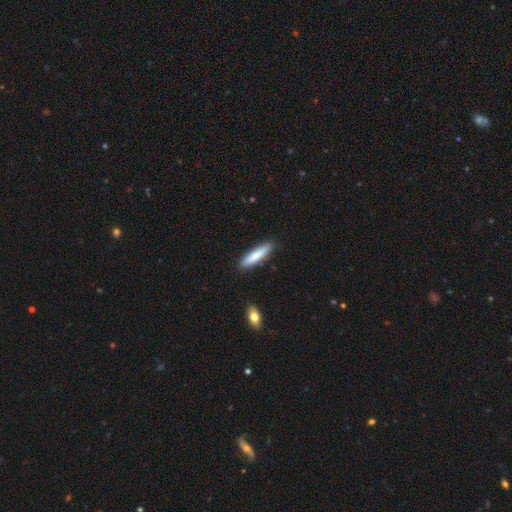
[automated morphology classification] A smooth galaxy with no disk features (81%) that is cigar-shaped (86%). Merging: none (88%).